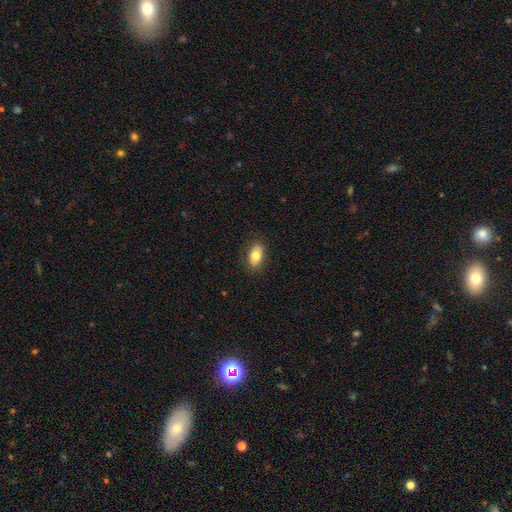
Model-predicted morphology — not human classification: Q: Smooth or featured?
A: smooth (77%); runner-up: featured or disk (15%)
Q: How rounded?
A: in between (90%); runner-up: round (6%)
Q: Merging?
A: none (87%); runner-up: minor disturbance (10%)